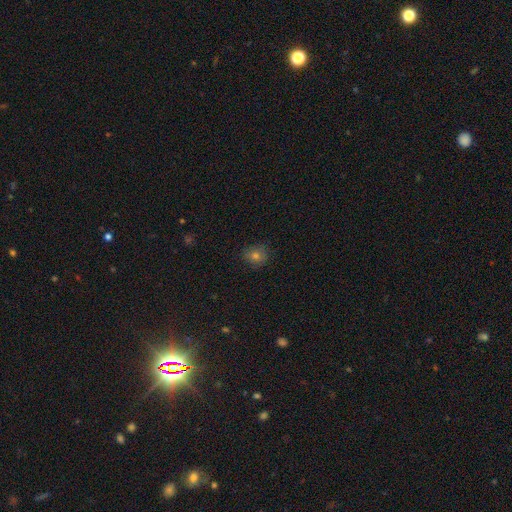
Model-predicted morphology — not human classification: The model was most divided on "smooth or featured": smooth: 72%, star or artifact: 18%, featured or disk: 10%. More confident: merging — none (83%); how rounded — round (80%).